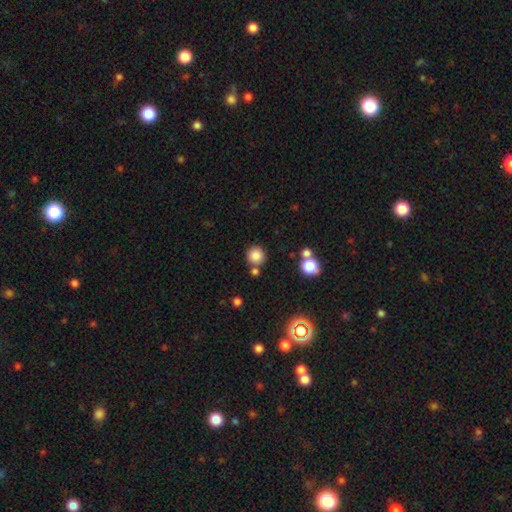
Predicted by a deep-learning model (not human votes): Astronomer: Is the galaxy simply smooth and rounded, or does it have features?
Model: smooth — 83%.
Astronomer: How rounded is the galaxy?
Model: round — 94%.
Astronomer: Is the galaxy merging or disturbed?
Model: none — 78%.